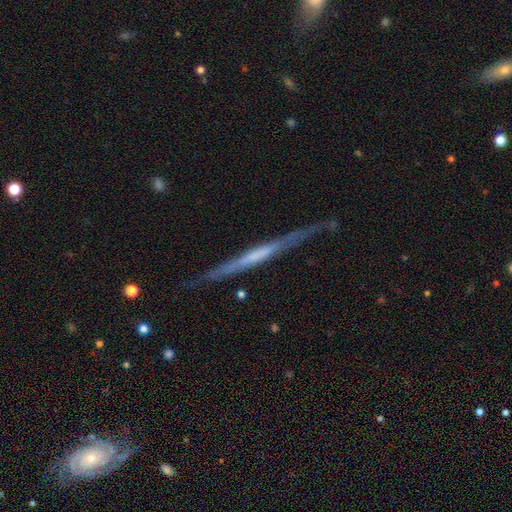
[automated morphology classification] Smooth or featured: featured or disk — 68% (smooth — 26%)
Edge-on disk: yes — 95% (no — 5%)
Edge-on bulge: none — 73% (boxy — 14%)
Merging: none — 78% (minor disturbance — 16%)